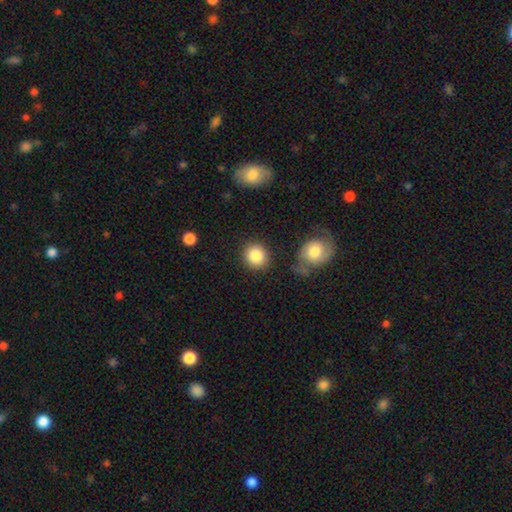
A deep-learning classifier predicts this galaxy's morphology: type=smooth (86%); roundness=round (88%); merging=none (82%).